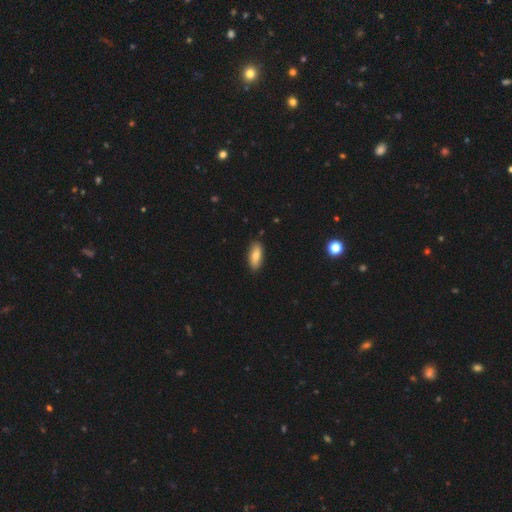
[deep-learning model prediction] This appears to be a smooth galaxy with no disk features (78%) that is in between round and cigar-shaped (83%). Merging: none (85%).